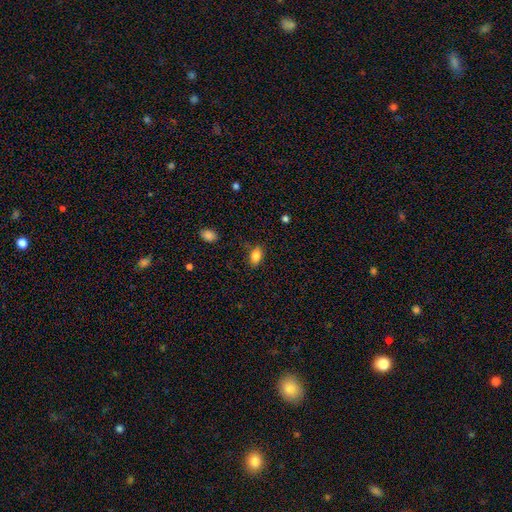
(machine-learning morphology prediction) The model was most divided on "merging": none: 79%, minor disturbance: 16%, major disturbance: 4%, merger: 2%. More confident: smooth or featured — smooth (84%); how rounded — in between (84%).